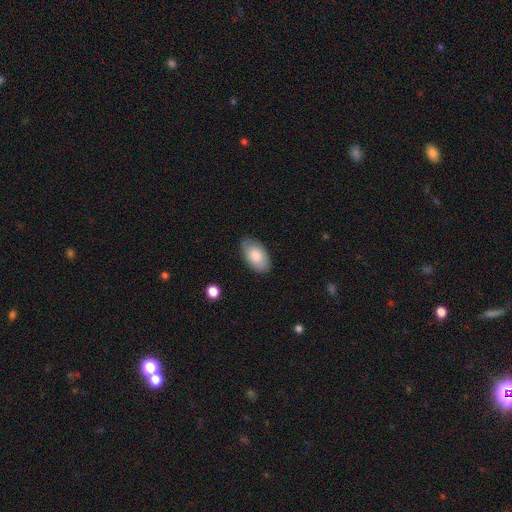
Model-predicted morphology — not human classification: smooth_or_featured: smooth (p=0.79) [alt: featured or disk p=0.15]
how_rounded: in between (p=0.95) [alt: round p=0.04]
merging: none (p=0.83) [alt: minor disturbance p=0.13]